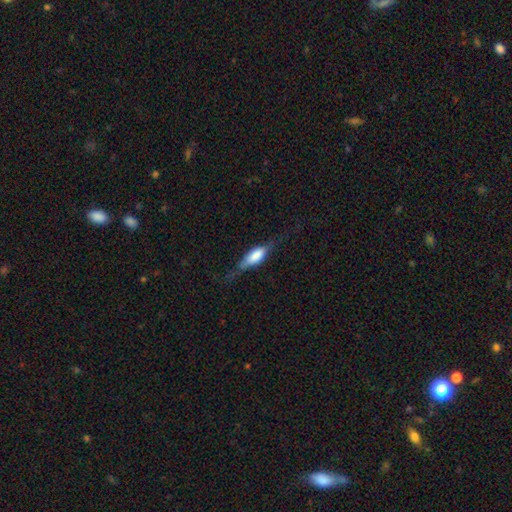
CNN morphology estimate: A smooth galaxy with no disk features (48%). Merging: none (66%).